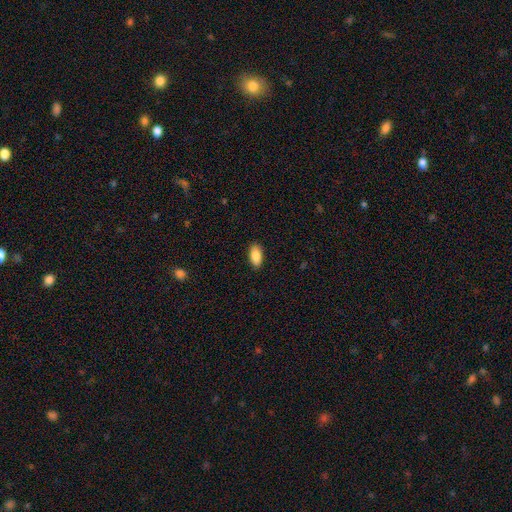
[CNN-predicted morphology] smooth-or-featured: smooth: 88% | star or artifact: 6% | featured or disk: 6%
  how-rounded: in between: 90% | cigar-shaped: 7% | round: 3%
  merging: none: 89% | minor disturbance: 8% | major disturbance: 2% | merger: 1%